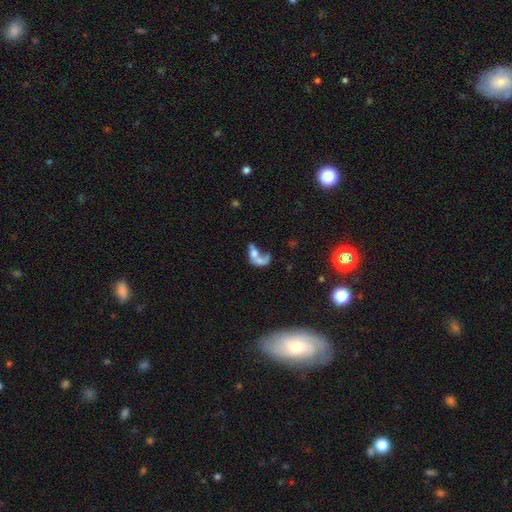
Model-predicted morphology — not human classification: smooth 48%, featured or disk 41%, star or artifact 12%. Down the decision tree: merging — merger (63%).